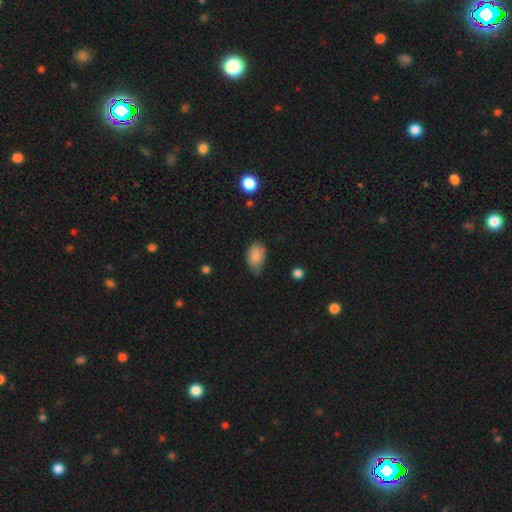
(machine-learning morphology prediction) Smooth or featured: smooth — 85% (featured or disk — 8%)
How rounded: in between — 89% (round — 9%)
Merging: none — 57% (minor disturbance — 35%)